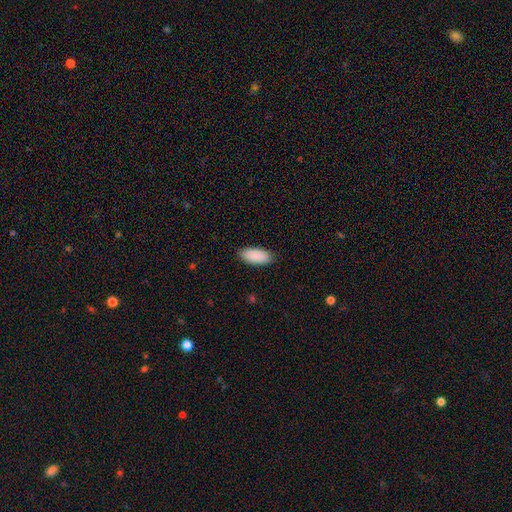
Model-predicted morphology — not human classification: Overall: smooth (91%). How rounded: in between (90%). Merging: none (88%).